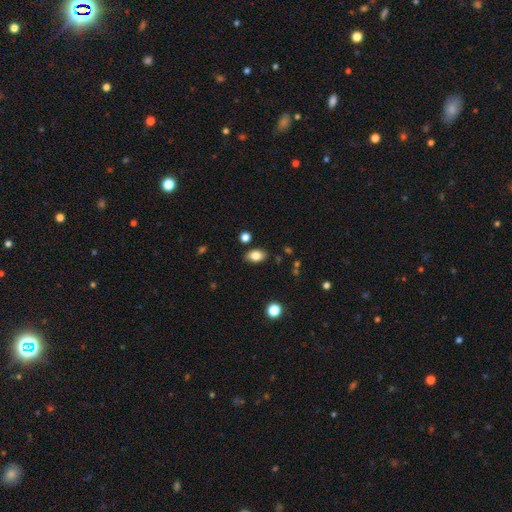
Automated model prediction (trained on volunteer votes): Morphology: type=smooth (83%); roundness=in between (86%); merging=none (84%).